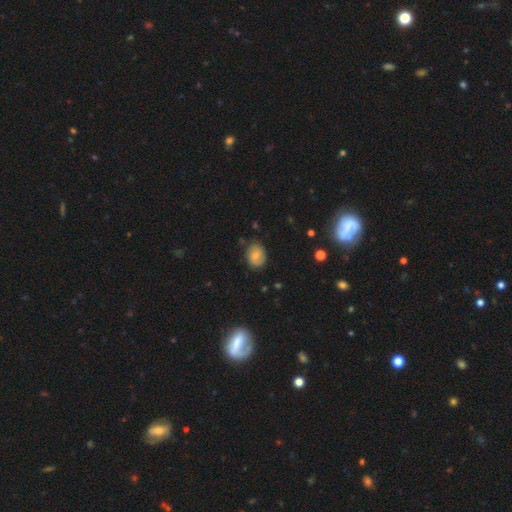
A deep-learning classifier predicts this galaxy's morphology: smooth 61%, featured or disk 29%, star or artifact 10%. Down the decision tree: how rounded — in between (57%); merging — none (75%).